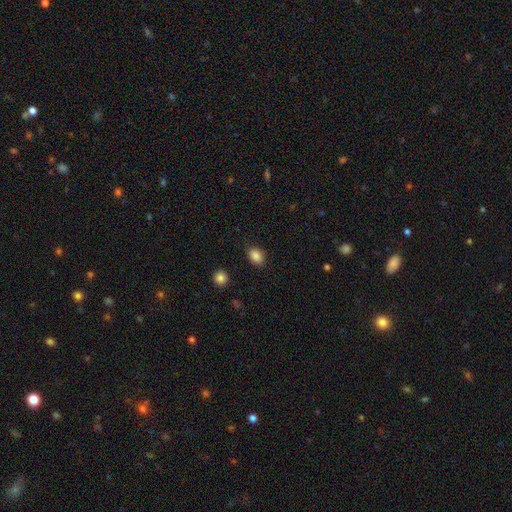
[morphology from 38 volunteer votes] Q: Smooth or featured?
A: smooth (95%); runner-up: featured or disk (5%)
Q: How rounded?
A: in between (78%); runner-up: round (22%)
Q: Merging?
A: none (84%); runner-up: minor disturbance (11%)